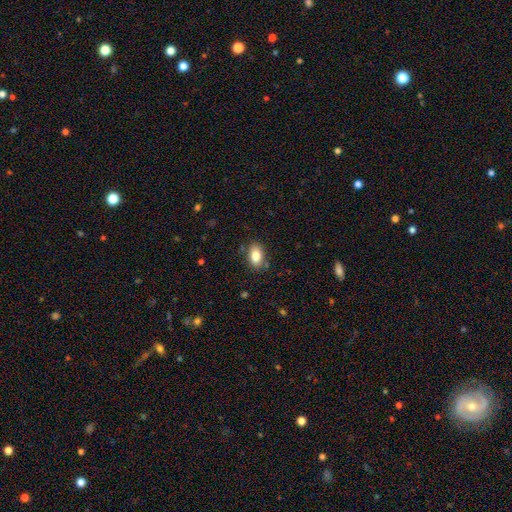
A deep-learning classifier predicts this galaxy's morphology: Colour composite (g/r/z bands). It shows a smooth galaxy with no disk features (84%) that is in between round and cigar-shaped (88%). Merging: none (83%).